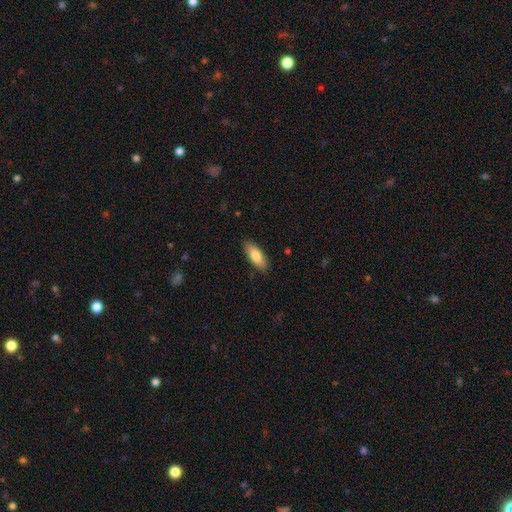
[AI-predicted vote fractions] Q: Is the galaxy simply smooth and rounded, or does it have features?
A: smooth — 80%.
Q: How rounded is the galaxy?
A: in between — 73%.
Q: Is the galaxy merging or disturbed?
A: none — 87%.